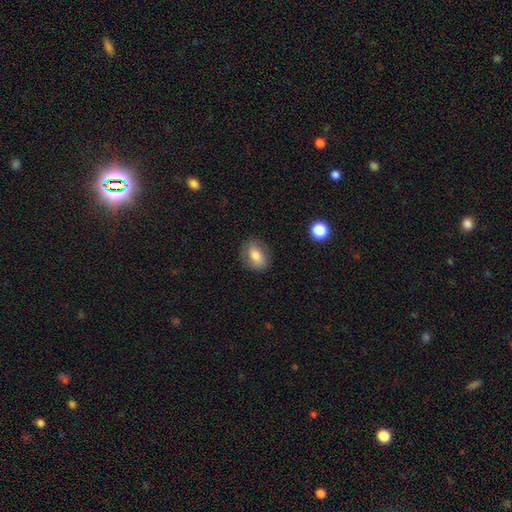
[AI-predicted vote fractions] Smooth or featured?
  - smooth: 69% *
  - featured or disk: 23%
  - star or artifact: 9%
How rounded?
  - in between: 65% *
  - round: 33%
  - cigar-shaped: 2%
Merging?
  - none: 82% *
  - minor disturbance: 13%
  - major disturbance: 4%
  - merger: 1%